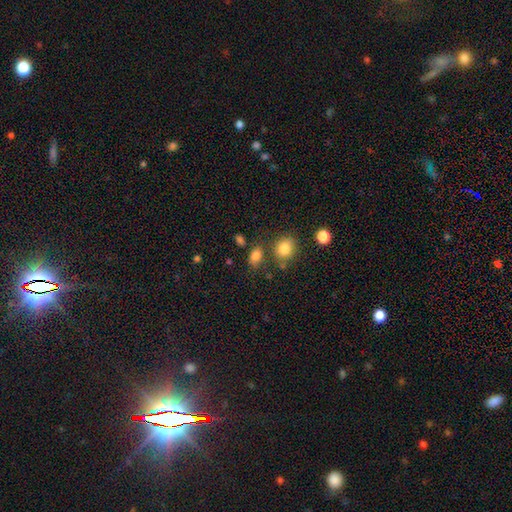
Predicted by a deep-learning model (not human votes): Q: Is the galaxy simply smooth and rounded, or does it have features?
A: smooth — 82%.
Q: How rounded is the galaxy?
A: in between — 70%.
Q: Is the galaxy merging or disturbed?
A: none — 70%.